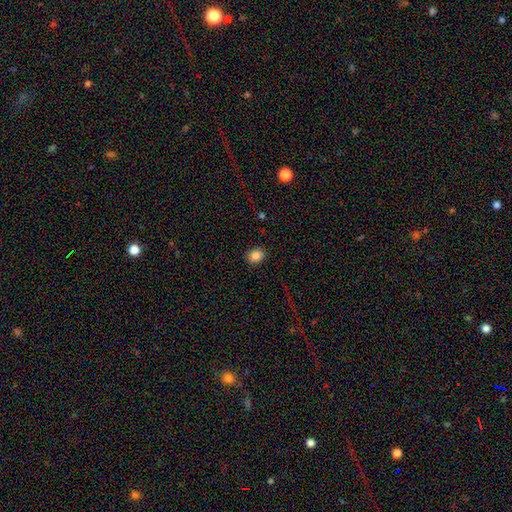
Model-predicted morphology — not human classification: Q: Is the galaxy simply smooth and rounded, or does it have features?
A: smooth — 86%.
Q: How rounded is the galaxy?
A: round — 54%.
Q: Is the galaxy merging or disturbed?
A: none — 88%.